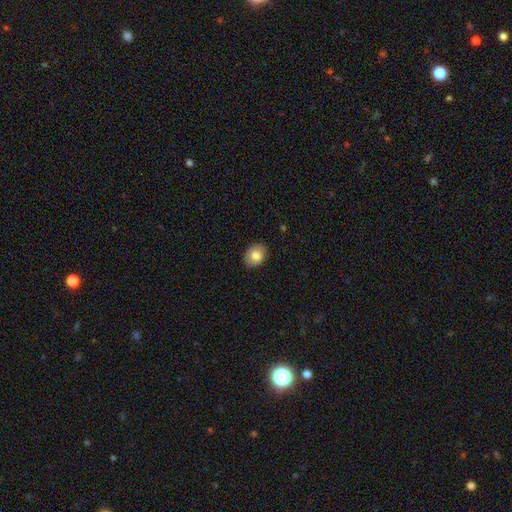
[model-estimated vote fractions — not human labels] smooth 80%, featured or disk 12%, star or artifact 8%. Down the decision tree: how rounded — in between (62%); merging — none (88%).